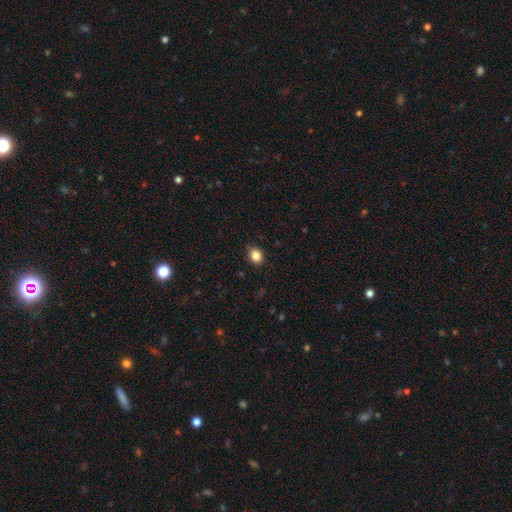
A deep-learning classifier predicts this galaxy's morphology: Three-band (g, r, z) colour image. It shows a smooth galaxy with no disk features (85%) that is round (53%). Merging: none (85%).